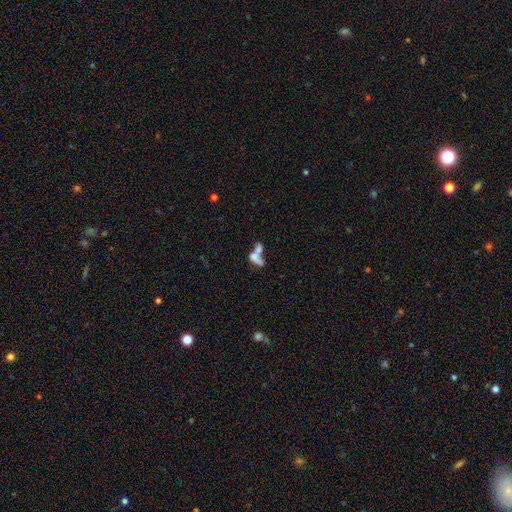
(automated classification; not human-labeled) smooth-or-featured: smooth: 51% | featured or disk: 35% | star or artifact: 14%
  how-rounded: in between: 65% | round: 18% | cigar-shaped: 16%
  merging: merger: 64% | none: 16% | major disturbance: 12% | minor disturbance: 7%